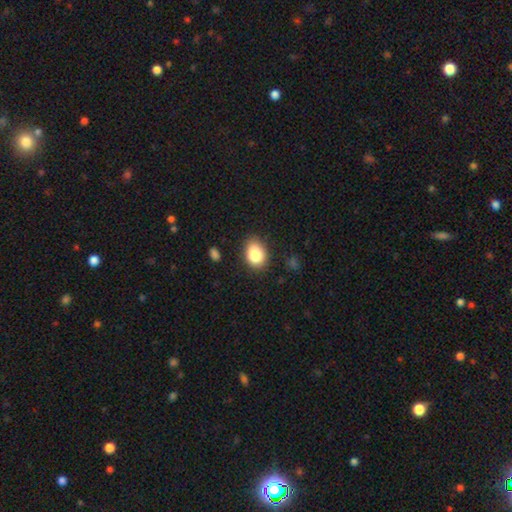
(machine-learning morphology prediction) A smooth galaxy with no disk features (85%) that is in between round and cigar-shaped (73%). Merging: none (81%).